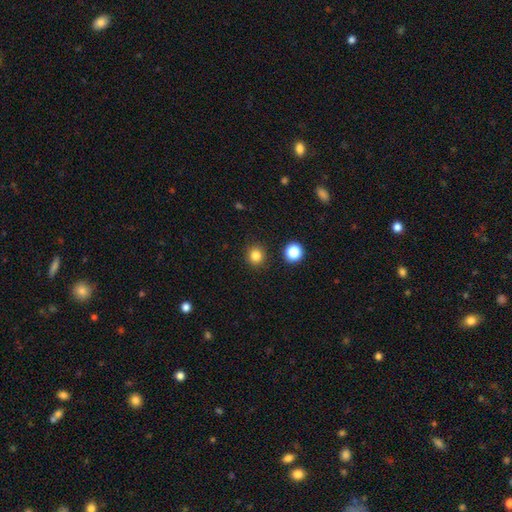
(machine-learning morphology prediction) This is clearly a smooth galaxy (83%). How rounded: clearly round (91%). Merging: clearly none (90%).